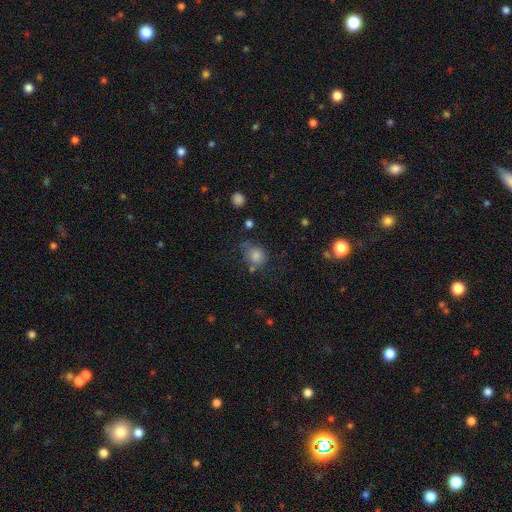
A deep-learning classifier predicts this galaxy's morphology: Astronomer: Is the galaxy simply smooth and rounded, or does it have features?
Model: smooth — 75%.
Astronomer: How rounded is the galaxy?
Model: round — 75%.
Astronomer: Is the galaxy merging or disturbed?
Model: none — 58%.